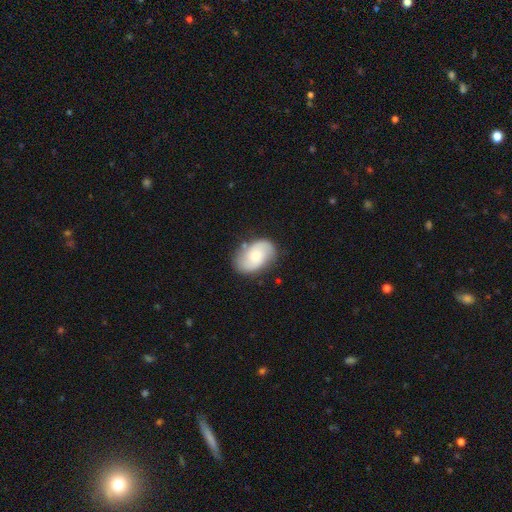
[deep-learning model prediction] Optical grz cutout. It shows a featured or disk galaxy (59%) with no bar (69%), 2 (87%) medium (43%) spiral arms (88%) and a moderate central bulge (48%). Merging: none (77%).